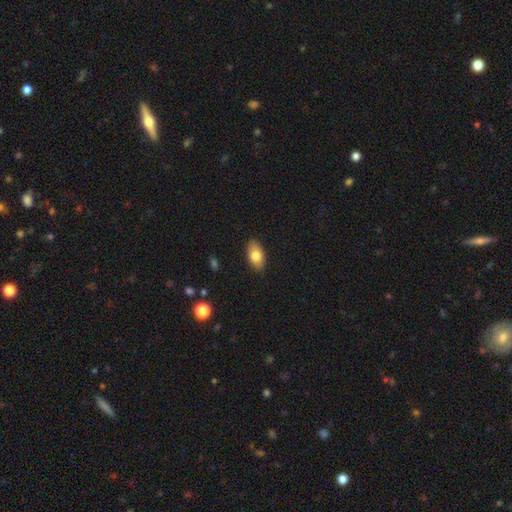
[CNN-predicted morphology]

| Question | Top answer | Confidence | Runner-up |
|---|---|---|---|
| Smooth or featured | smooth | 78% | featured or disk (14%) |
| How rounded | in between | 91% | round (5%) |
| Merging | none | 88% | minor disturbance (9%) |